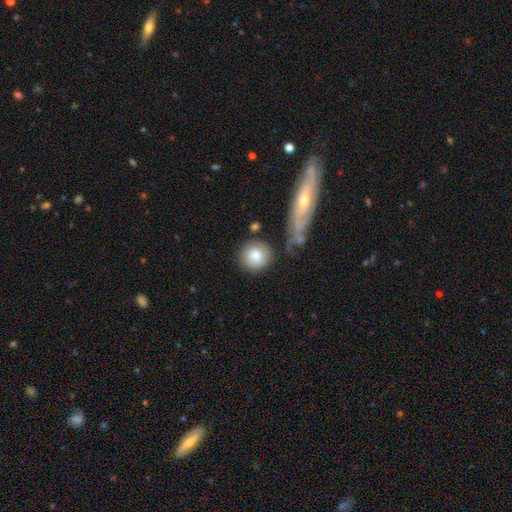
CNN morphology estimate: A smooth galaxy with no disk features (80%) that is round (89%).

Vote fractions:
- Smooth or featured? smooth: 80% / featured or disk: 13% / star or artifact: 7%
- How rounded? round: 89% / in between: 10% / cigar-shaped: 1%
- Merging? none: 75% / minor disturbance: 12% / merger: 8% / major disturbance: 4%